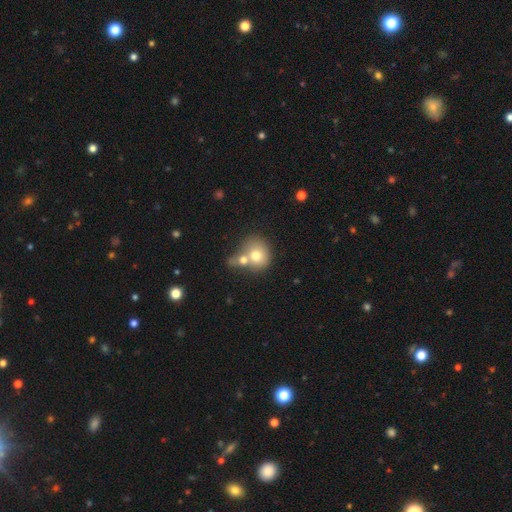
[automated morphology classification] This is likely a smooth galaxy (70%). How rounded: likely round (71%). Merging: possibly merger (58%).